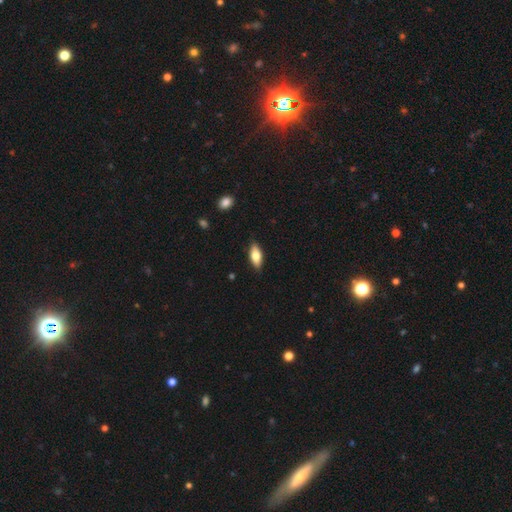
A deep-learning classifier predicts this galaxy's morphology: This is likely a smooth galaxy (73%). How rounded: clearly in between (81%). Merging: clearly none (87%).